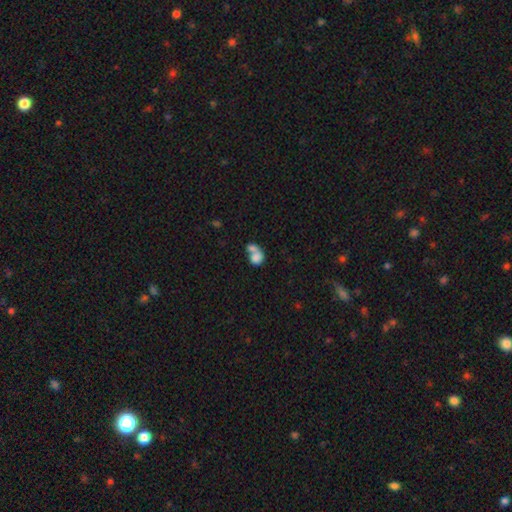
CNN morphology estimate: The model was most divided on "how rounded": round: 53%, in between: 46%, cigar-shaped: 1%. More confident: smooth or featured — smooth (77%); merging — merger (68%).